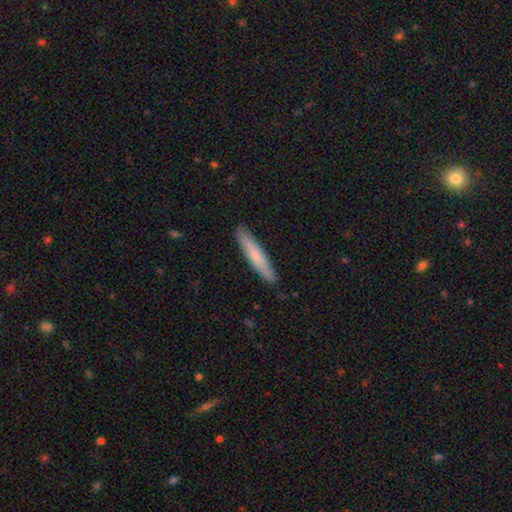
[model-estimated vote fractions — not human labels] This is likely a smooth galaxy (71%). How rounded: clearly cigar-shaped (93%). Merging: clearly none (91%).